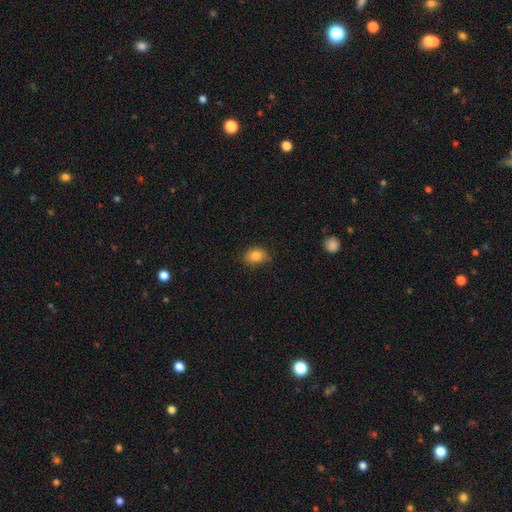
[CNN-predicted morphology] This appears to be a smooth galaxy with no disk features (84%) that is in between round and cigar-shaped (59%). Merging: none (79%).